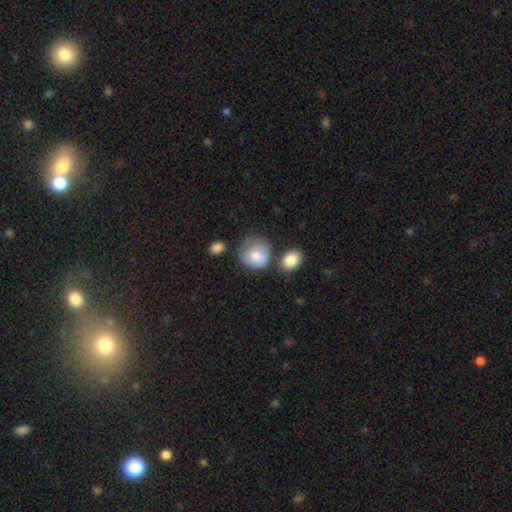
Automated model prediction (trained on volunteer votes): Q: Smooth or featured?
A: smooth (77%); runner-up: featured or disk (16%)
Q: How rounded?
A: round (77%); runner-up: in between (23%)
Q: Merging?
A: none (44%); runner-up: minor disturbance (29%)